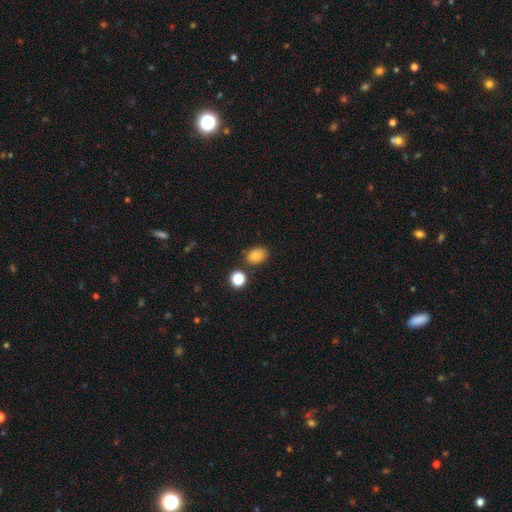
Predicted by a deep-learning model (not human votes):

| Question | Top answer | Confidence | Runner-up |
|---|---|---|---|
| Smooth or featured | smooth | 84% | star or artifact (11%) |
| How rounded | in between | 67% | round (32%) |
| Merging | none | 77% | minor disturbance (14%) |